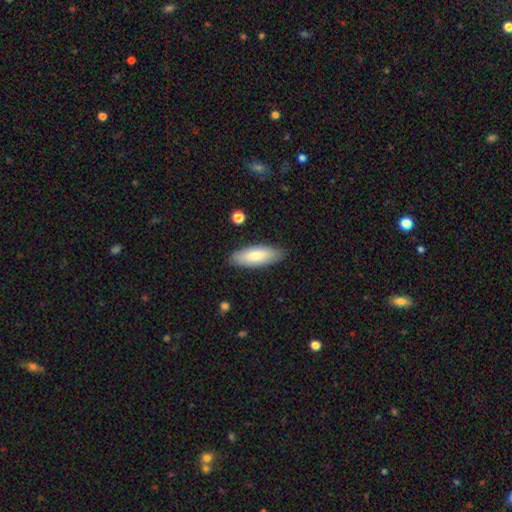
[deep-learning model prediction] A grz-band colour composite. It shows a smooth galaxy with no disk features (80%) that is in between round and cigar-shaped (67%). Merging: none (86%).